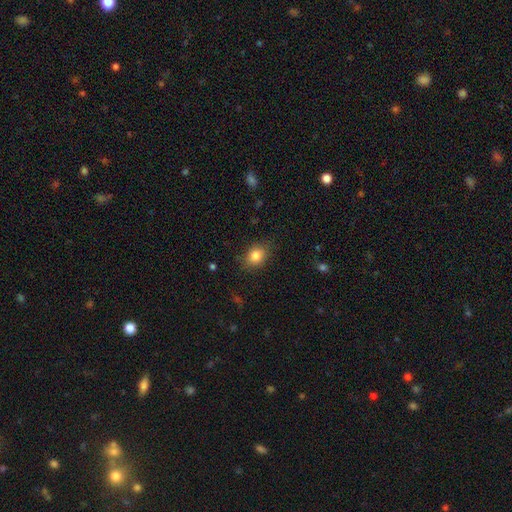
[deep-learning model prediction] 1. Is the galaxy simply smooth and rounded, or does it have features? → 83% smooth, 10% star or artifact, 7% featured or disk.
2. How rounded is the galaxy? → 53% in between, 46% round, 1% cigar-shaped.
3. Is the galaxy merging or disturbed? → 81% none, 14% minor disturbance, 4% major disturbance, 1% merger.